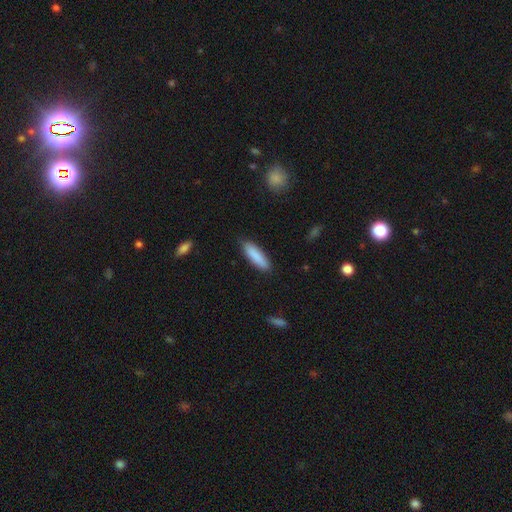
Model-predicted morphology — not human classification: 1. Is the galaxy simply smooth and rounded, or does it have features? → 87% smooth, 7% featured or disk, 6% star or artifact.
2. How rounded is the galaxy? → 63% cigar-shaped, 35% in between, 1% round.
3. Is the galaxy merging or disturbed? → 86% none, 11% minor disturbance, 2% major disturbance, 1% merger.